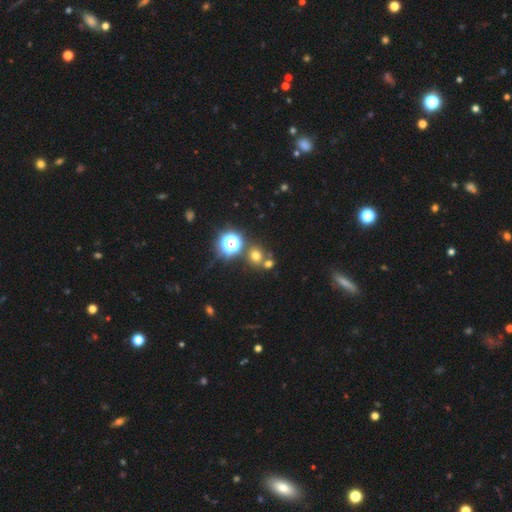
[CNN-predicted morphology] smooth_or_featured: smooth (p=0.62) [alt: star or artifact p=0.29]
how_rounded: round (p=0.82) [alt: in between p=0.17]
merging: none (p=0.68) [alt: merger p=0.19]